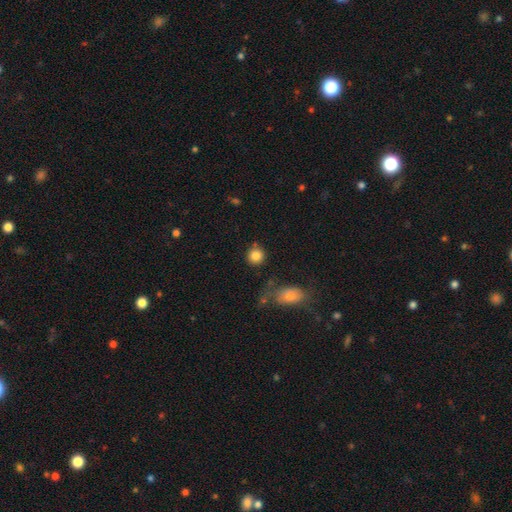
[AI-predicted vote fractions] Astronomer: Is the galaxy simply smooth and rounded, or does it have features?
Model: smooth — 84%.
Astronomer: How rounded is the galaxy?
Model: round — 89%.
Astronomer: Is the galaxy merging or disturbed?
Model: none — 79%.